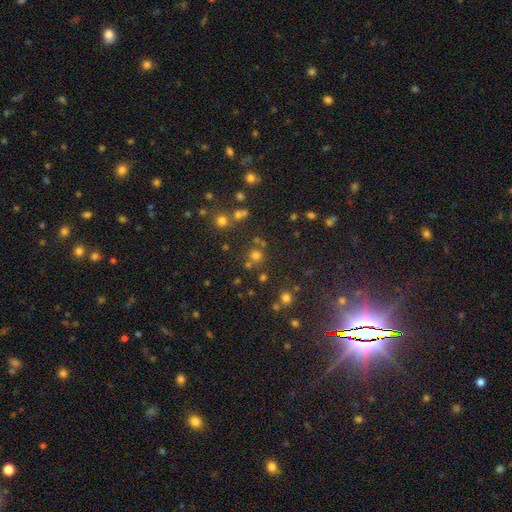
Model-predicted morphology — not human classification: Q: Smooth or featured?
A: smooth (61%); runner-up: star or artifact (31%)
Q: How rounded?
A: round (90%); runner-up: in between (9%)
Q: Merging?
A: none (73%); runner-up: merger (15%)